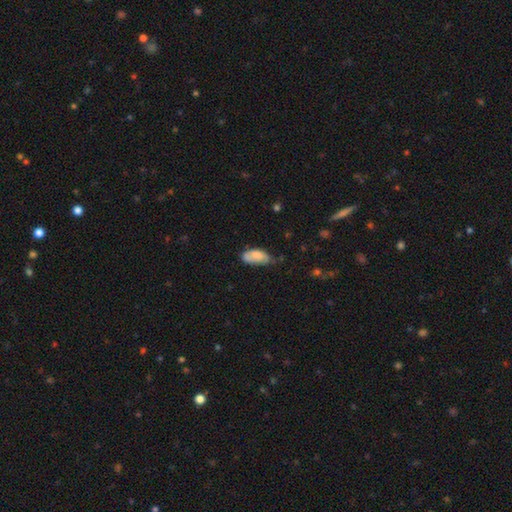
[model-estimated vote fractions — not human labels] Smooth or featured: smooth — 79% (featured or disk — 14%)
How rounded: in between — 92% (cigar-shaped — 6%)
Merging: none — 50% (minor disturbance — 35%)